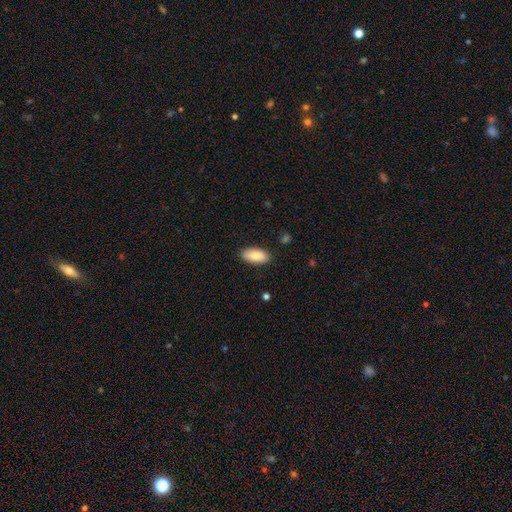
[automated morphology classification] Smooth or featured?
  - smooth: 85% *
  - featured or disk: 9%
  - star or artifact: 6%
How rounded?
  - in between: 88% *
  - cigar-shaped: 10%
  - round: 2%
Merging?
  - none: 88% *
  - minor disturbance: 9%
  - major disturbance: 2%
  - merger: 1%